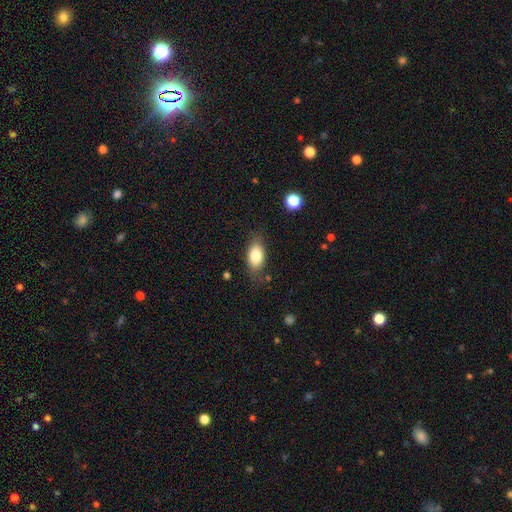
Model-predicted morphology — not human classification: This appears to be a smooth galaxy with no disk features (81%) that is in between round and cigar-shaped (89%). Merging: none (76%).